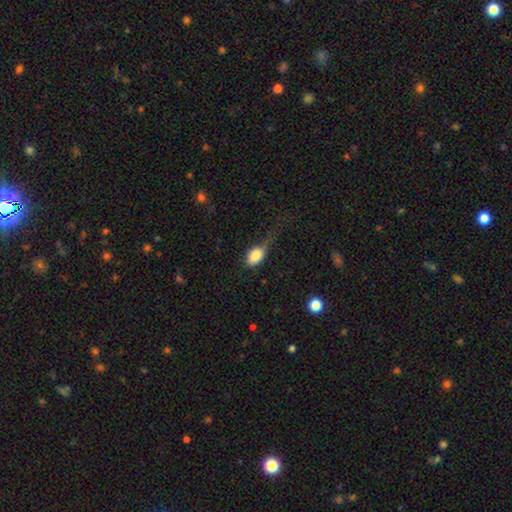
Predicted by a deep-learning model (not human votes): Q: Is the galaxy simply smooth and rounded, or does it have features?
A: smooth — 81%.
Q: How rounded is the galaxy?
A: in between — 82%.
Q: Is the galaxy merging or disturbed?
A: major disturbance — 35%.